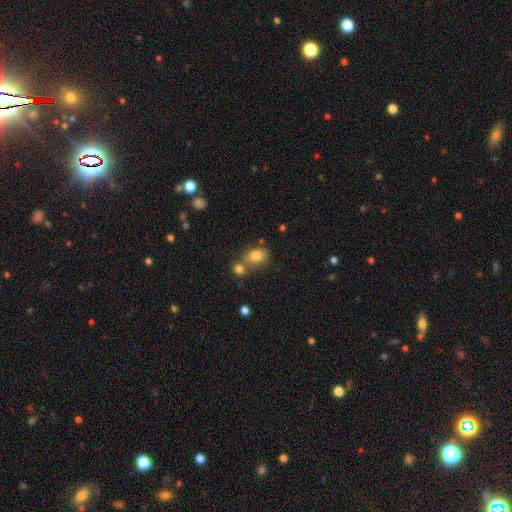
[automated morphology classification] This is clearly a smooth galaxy (81%). How rounded: likely in between (61%). Merging: possibly none (57%).